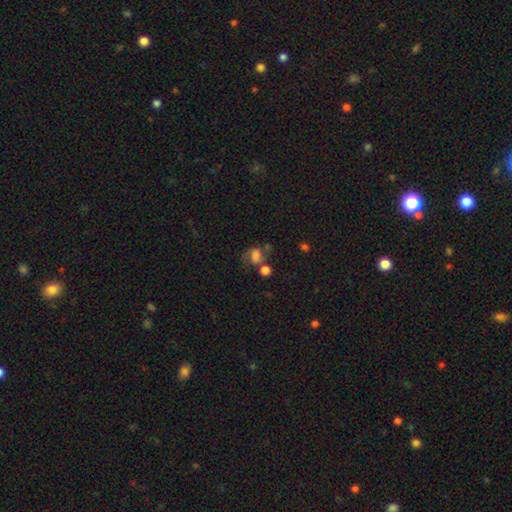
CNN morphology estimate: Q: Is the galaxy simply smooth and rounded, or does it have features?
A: smooth — 62%.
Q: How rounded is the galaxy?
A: in between — 59%.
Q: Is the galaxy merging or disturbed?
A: none — 40%.